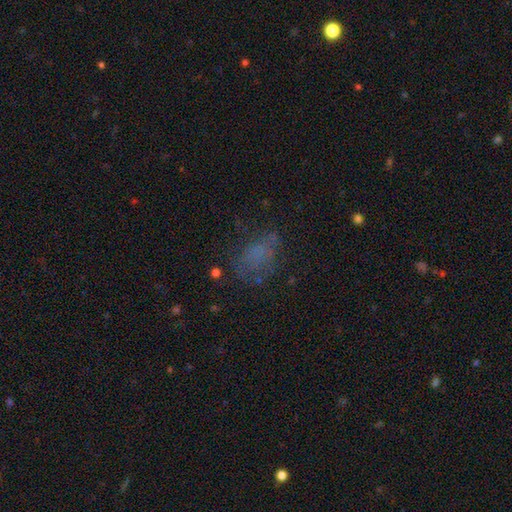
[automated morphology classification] Overall: smooth (53%; featured or disk 24%). How rounded: in between (77%). Merging: none (54%; major disturbance 21%).